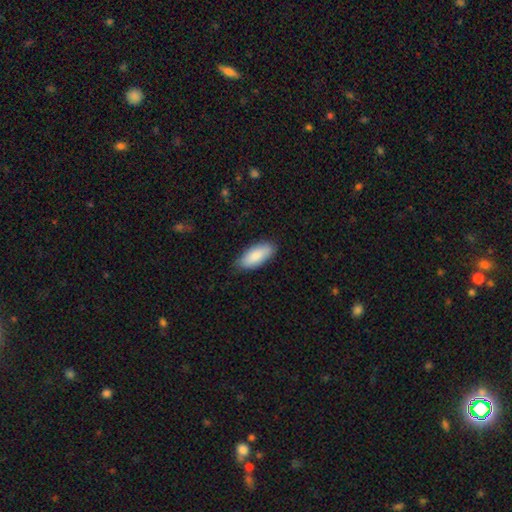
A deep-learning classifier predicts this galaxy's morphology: Overall: smooth (88%). How rounded: in between (86%). Merging: none (82%).